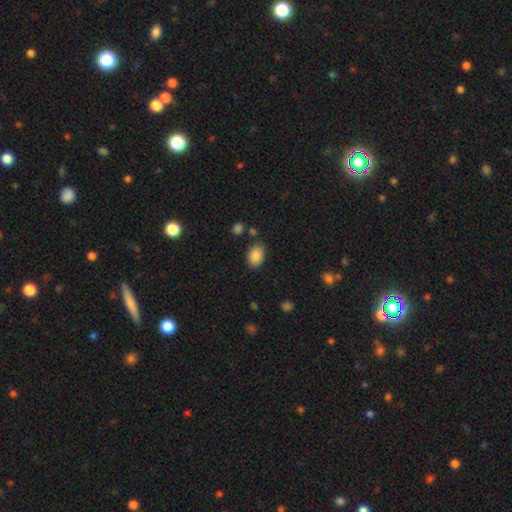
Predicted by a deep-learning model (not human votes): Morphology: type=smooth (87%); roundness=in between (80%); merging=none (80%).